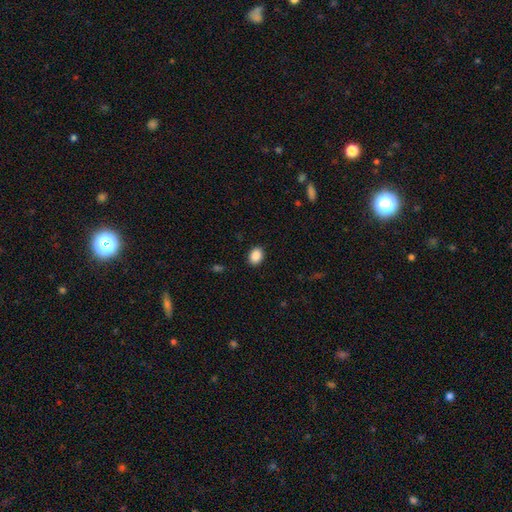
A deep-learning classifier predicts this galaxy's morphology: This is clearly a smooth galaxy (89%). How rounded: likely in between (68%). Merging: clearly none (90%).